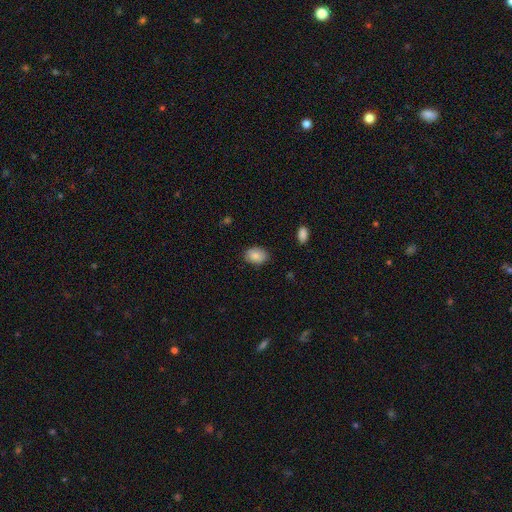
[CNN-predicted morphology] Q: Smooth or featured?
A: smooth (85%); runner-up: star or artifact (7%)
Q: How rounded?
A: in between (76%); runner-up: round (23%)
Q: Merging?
A: none (85%); runner-up: minor disturbance (11%)